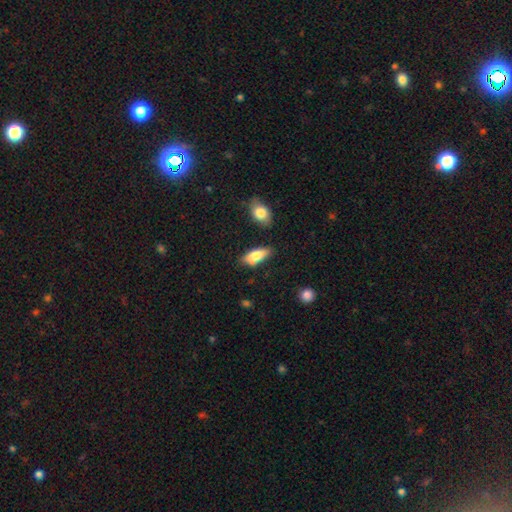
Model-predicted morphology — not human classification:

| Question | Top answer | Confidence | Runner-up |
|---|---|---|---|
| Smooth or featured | smooth | 77% | featured or disk (16%) |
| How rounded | in between | 79% | cigar-shaped (19%) |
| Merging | none | 68% | minor disturbance (21%) |